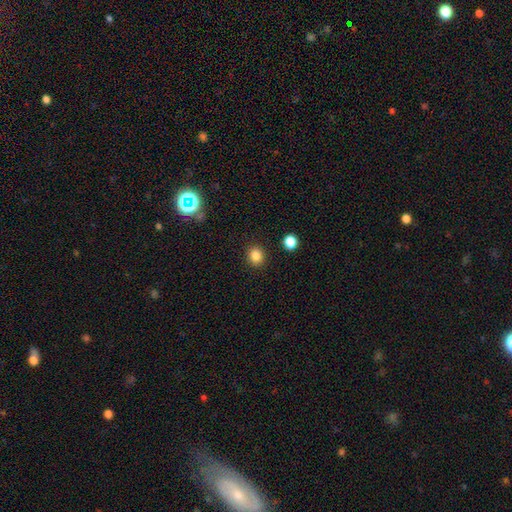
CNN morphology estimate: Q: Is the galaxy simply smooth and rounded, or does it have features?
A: smooth — 84%.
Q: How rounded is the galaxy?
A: round — 82%.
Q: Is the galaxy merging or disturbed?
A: none — 90%.